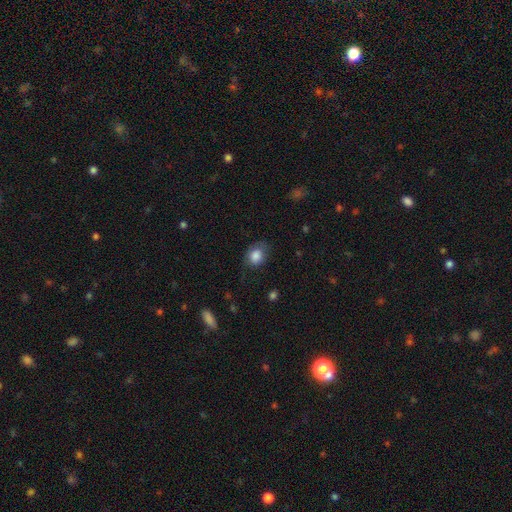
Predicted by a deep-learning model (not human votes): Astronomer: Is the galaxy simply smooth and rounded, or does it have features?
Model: smooth — 82%.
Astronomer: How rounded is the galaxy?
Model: round — 53% (runner-up: in between, 46%).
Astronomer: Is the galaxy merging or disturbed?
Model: none — 62%.